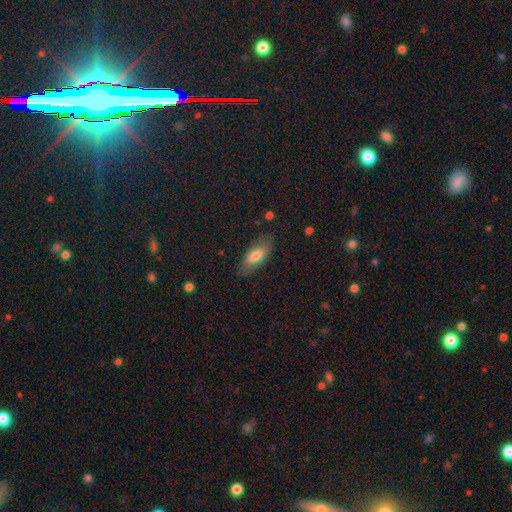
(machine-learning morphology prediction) Smooth or featured?
  - smooth: 72% *
  - featured or disk: 22%
  - star or artifact: 6%
How rounded?
  - in between: 78% *
  - cigar-shaped: 19%
  - round: 2%
Merging?
  - none: 79% *
  - minor disturbance: 15%
  - major disturbance: 4%
  - merger: 1%